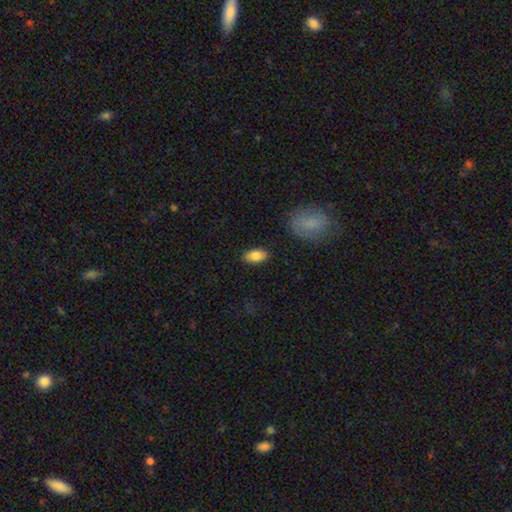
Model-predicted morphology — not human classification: A smooth galaxy with no disk features (84%) that is in between round and cigar-shaped (92%).

Vote fractions:
- Smooth or featured? smooth: 84% / featured or disk: 9% / star or artifact: 7%
- How rounded? in between: 92% / round: 4% / cigar-shaped: 4%
- Merging? none: 87% / minor disturbance: 9% / major disturbance: 2% / merger: 1%